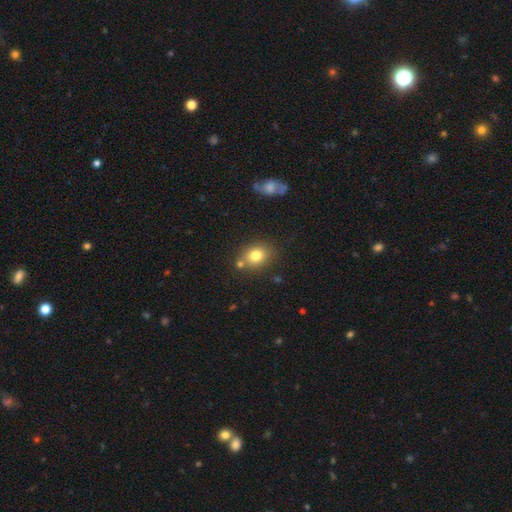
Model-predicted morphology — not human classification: smooth_or_featured: smooth (p=0.78) [alt: star or artifact p=0.11]
how_rounded: round (p=0.52) [alt: in between p=0.47]
merging: none (p=0.72) [alt: minor disturbance p=0.13]